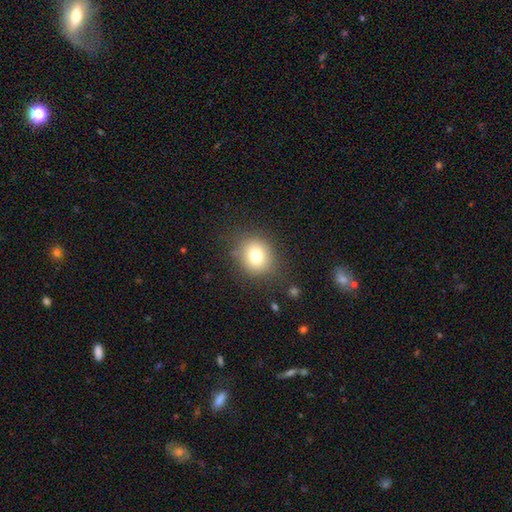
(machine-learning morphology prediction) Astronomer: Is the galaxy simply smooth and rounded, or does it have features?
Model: smooth — 76%.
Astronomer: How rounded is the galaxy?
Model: round — 76%.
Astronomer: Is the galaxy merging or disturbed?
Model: none — 82%.